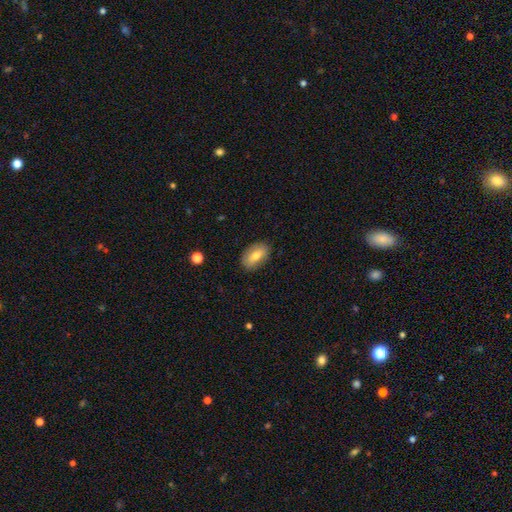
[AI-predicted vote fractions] Smooth or featured? Predicted: smooth (p=0.72). How rounded? Predicted: in between (p=0.89). Merging? Predicted: none (p=0.86).